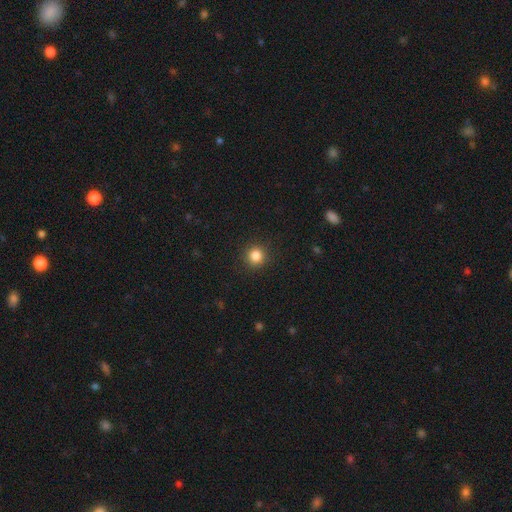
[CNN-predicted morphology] smooth 84%, star or artifact 12%, featured or disk 4%. Down the decision tree: how rounded — round (94%); merging — none (91%).